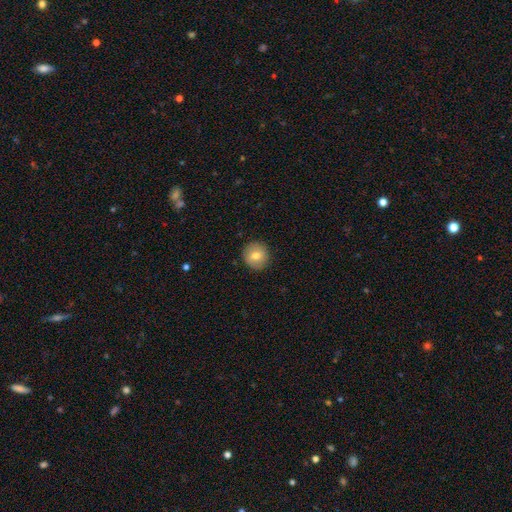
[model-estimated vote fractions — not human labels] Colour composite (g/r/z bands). It shows a smooth galaxy with no disk features (75%) that is round (92%). Merging: none (90%).